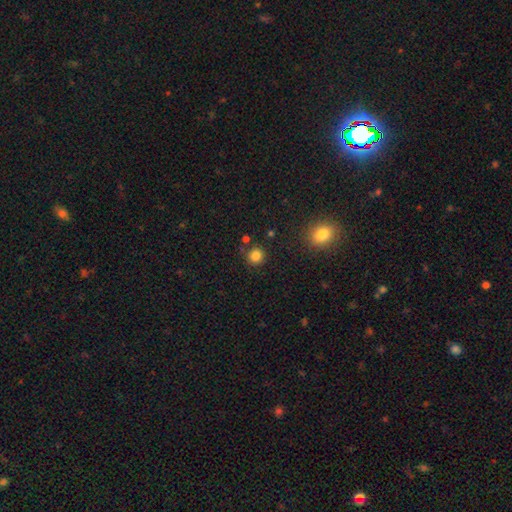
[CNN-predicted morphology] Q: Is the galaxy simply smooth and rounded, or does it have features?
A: smooth — 83%.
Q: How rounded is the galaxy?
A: round — 92%.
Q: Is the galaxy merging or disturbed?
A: none — 85%.